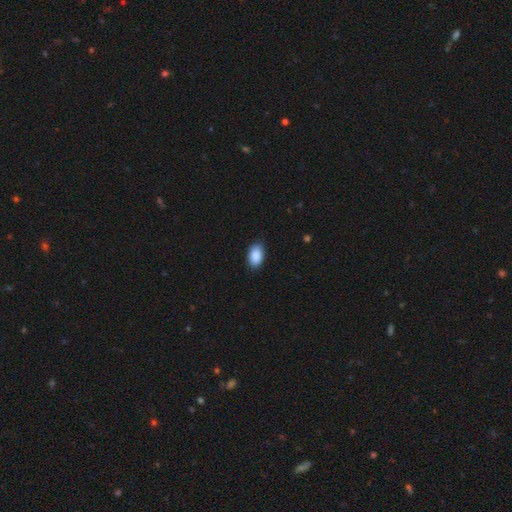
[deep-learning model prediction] Smooth or featured?
  - smooth: 90% *
  - star or artifact: 7%
  - featured or disk: 3%
How rounded?
  - in between: 93% *
  - round: 6%
  - cigar-shaped: 1%
Merging?
  - none: 86% *
  - minor disturbance: 11%
  - major disturbance: 2%
  - merger: 1%